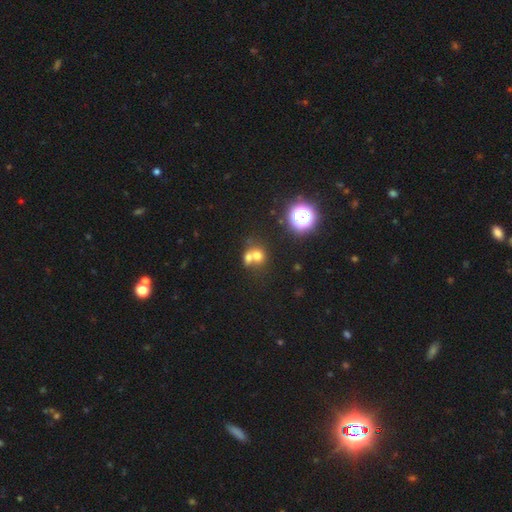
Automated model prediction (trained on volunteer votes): smooth_or_featured: smooth (p=0.66) [alt: star or artifact p=0.18]
how_rounded: round (p=0.77) [alt: in between p=0.22]
merging: merger (p=0.57) [alt: none p=0.33]